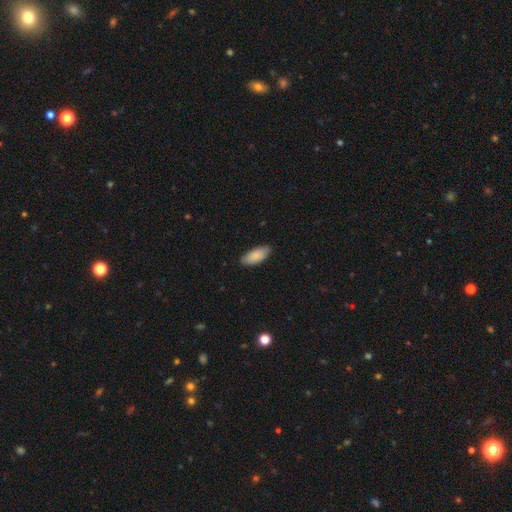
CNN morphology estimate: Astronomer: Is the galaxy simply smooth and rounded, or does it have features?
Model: smooth — 87%.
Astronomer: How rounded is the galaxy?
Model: in between — 88%.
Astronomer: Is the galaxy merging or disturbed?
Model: none — 84%.